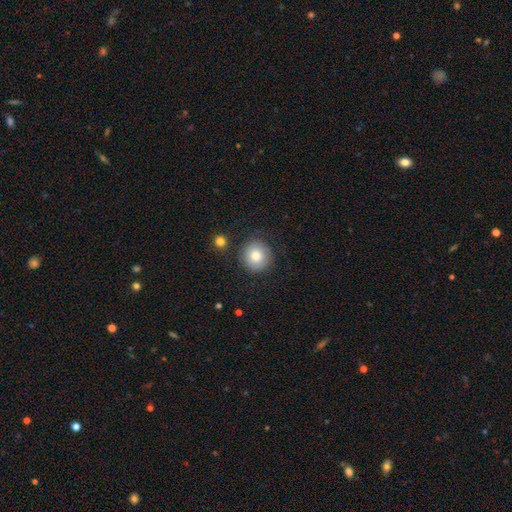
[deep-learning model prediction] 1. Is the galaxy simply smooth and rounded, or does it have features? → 81% smooth, 10% featured or disk, 8% star or artifact.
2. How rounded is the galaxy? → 94% round, 5% in between, 1% cigar-shaped.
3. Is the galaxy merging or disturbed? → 84% none, 10% minor disturbance, 3% major disturbance, 3% merger.